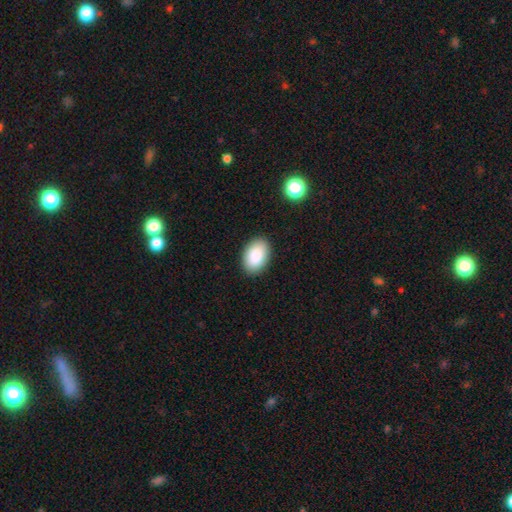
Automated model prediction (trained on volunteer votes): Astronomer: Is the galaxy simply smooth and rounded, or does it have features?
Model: smooth — 89%.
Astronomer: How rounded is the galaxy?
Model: in between — 90%.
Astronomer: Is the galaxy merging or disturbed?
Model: none — 89%.